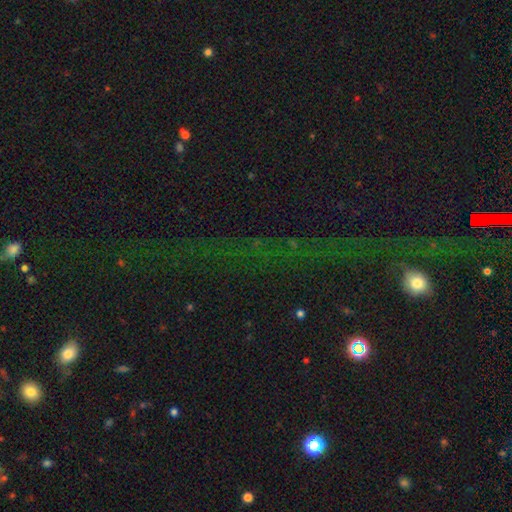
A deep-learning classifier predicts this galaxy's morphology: This is likely a star or artifact rather than a galaxy (70%).